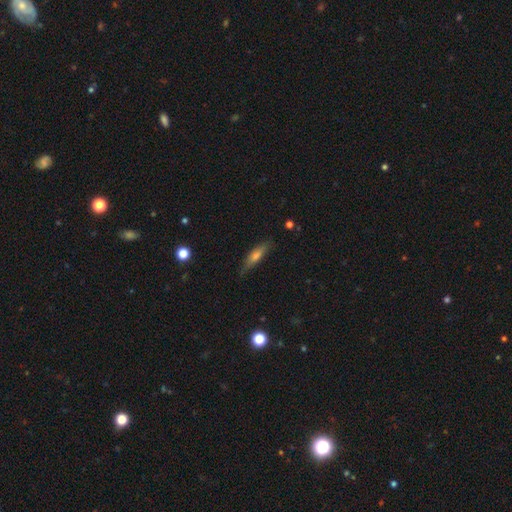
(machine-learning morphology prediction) Smooth or featured?
  - smooth: 52% *
  - featured or disk: 39%
  - star or artifact: 9%
How rounded?
  - cigar-shaped: 72% *
  - in between: 25%
  - round: 3%
Merging?
  - none: 77% *
  - minor disturbance: 18%
  - major disturbance: 4%
  - merger: 2%